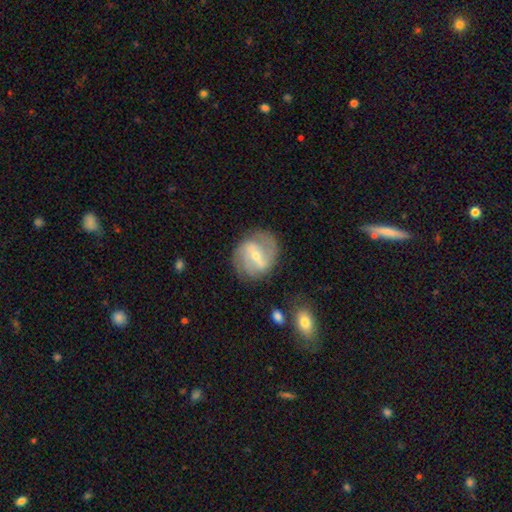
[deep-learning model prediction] This is likely a featured or disk galaxy (77%). It is clearly not viewed edge-on (96%). Bar: marginally weak (42%). Spiral arm pattern: clearly yes (87%). Spiral arm count: likely 2 (69%). Spiral winding: marginally medium (44%). Central bulge: likely small (62%). Merging: likely none (73%).